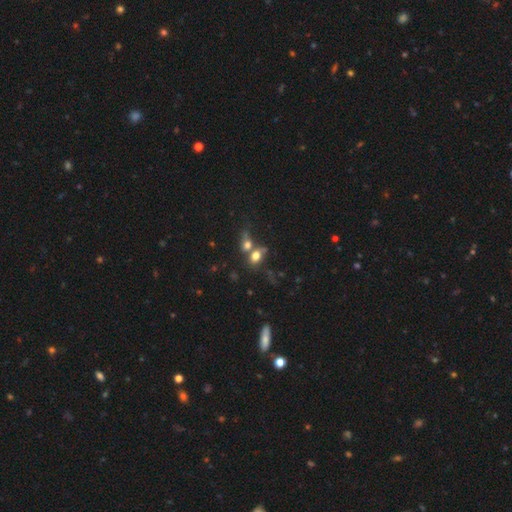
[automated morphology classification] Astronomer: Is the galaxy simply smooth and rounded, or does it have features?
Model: smooth — 71%.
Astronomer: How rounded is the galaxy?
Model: in between — 69%.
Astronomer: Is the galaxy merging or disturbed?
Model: merger — 54%.